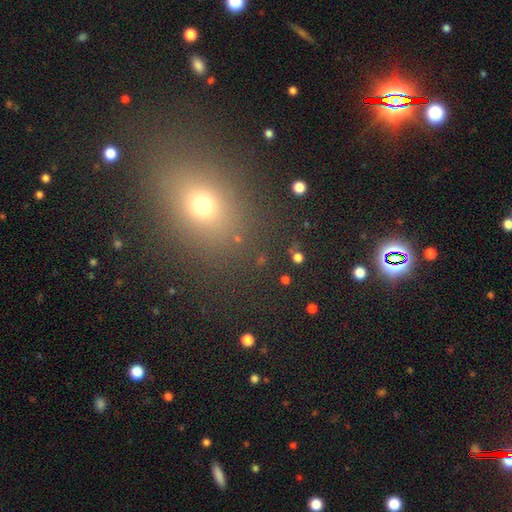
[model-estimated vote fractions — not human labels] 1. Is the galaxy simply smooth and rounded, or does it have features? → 52% smooth, 37% star or artifact, 11% featured or disk.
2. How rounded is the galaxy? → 52% in between, 45% round, 3% cigar-shaped.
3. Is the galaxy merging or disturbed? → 85% none, 8% minor disturbance, 4% major disturbance, 2% merger.